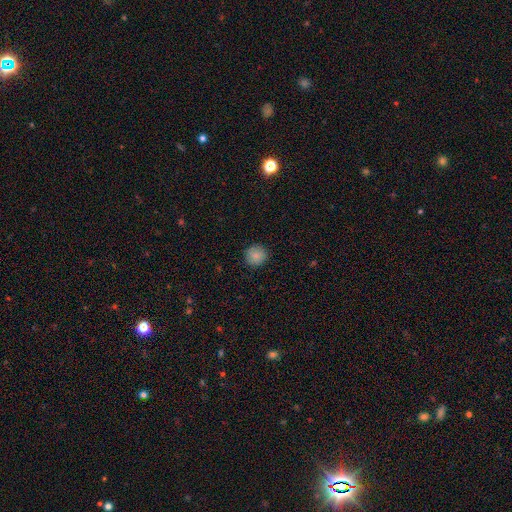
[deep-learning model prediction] This appears to be a smooth galaxy with no disk features (85%) that is round (92%). Merging: none (88%).